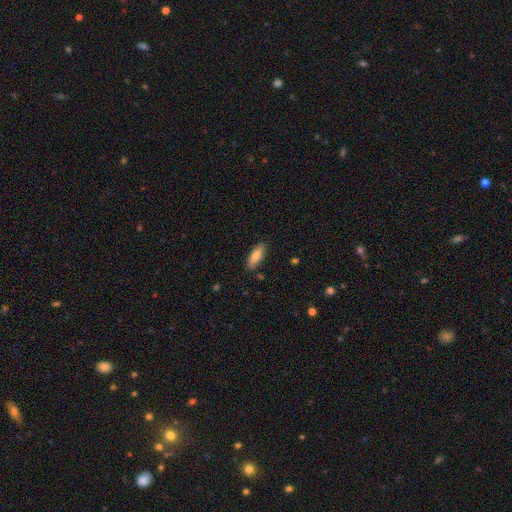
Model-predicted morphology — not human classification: This is clearly a smooth galaxy (80%). How rounded: likely in between (66%). Merging: clearly none (85%).